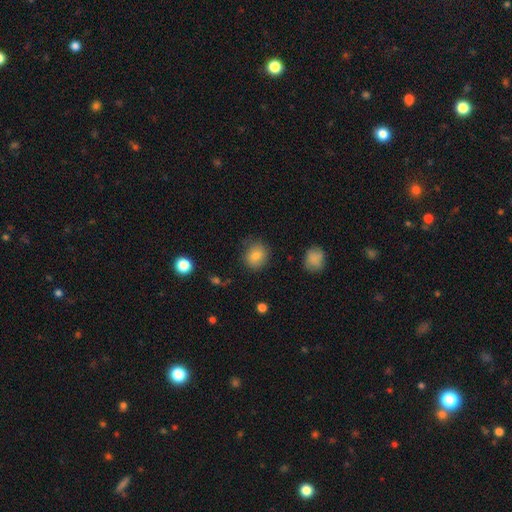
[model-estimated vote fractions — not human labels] Smooth or featured? smooth (81%)
How rounded? round (78%)
Merging? none (81%)